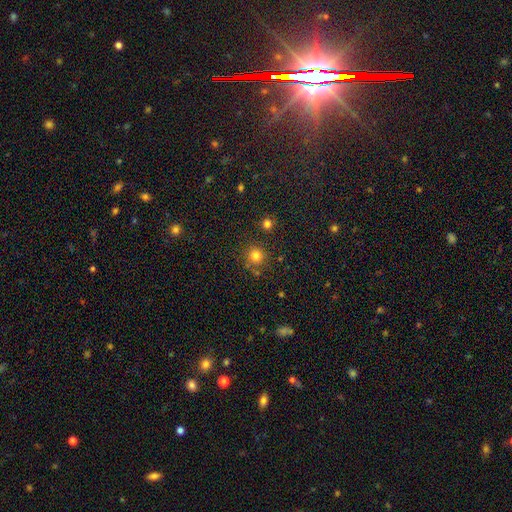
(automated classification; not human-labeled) Smooth or featured? smooth (79%)
How rounded? round (93%)
Merging? none (78%)